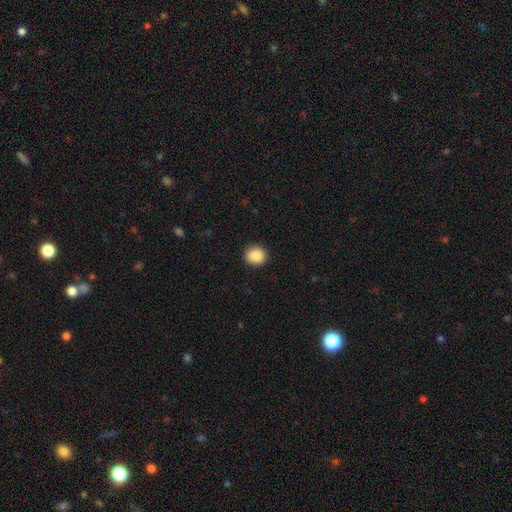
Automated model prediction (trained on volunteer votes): A smooth galaxy with no disk features (89%) that is round (84%).

Vote fractions:
- Smooth or featured? smooth: 89% / star or artifact: 8% / featured or disk: 3%
- How rounded? round: 84% / in between: 15% / cigar-shaped: 1%
- Merging? none: 90% / minor disturbance: 7% / major disturbance: 2% / merger: 1%